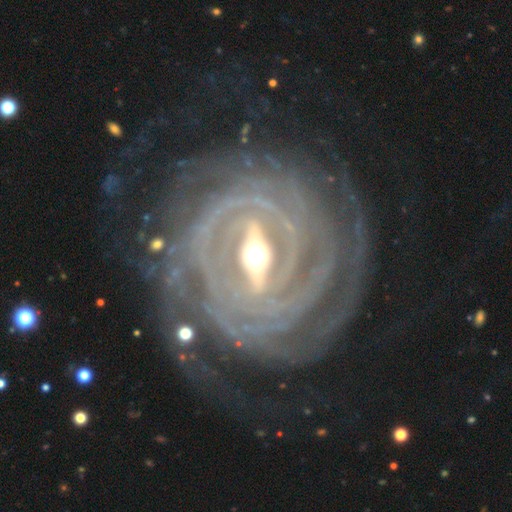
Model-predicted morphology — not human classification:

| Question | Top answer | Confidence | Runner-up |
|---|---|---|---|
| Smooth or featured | featured or disk | 92% | star or artifact (4%) |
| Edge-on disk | no | 90% | yes (10%) |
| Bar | strong | 77% | weak (16%) |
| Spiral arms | yes | 94% | no (6%) |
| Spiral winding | tight | 81% | medium (14%) |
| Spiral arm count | can't tell | 27% | more than 4 (22%) |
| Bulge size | moderate | 68% | small (17%) |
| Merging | none | 73% | minor disturbance (15%) |